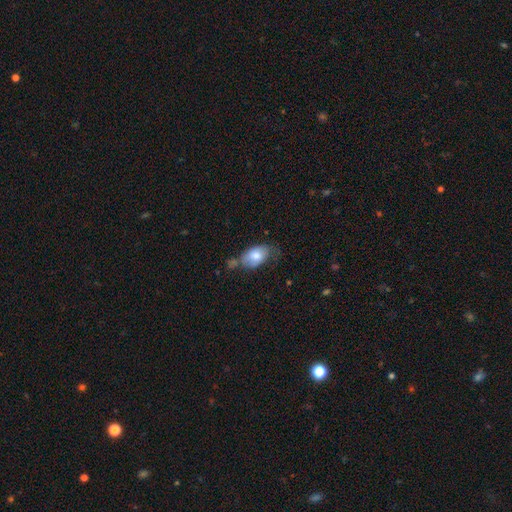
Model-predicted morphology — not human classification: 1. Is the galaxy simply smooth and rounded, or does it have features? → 74% smooth, 19% featured or disk, 6% star or artifact.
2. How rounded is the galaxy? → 91% in between, 7% round, 2% cigar-shaped.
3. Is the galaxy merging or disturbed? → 40% none, 32% minor disturbance, 14% merger, 14% major disturbance.